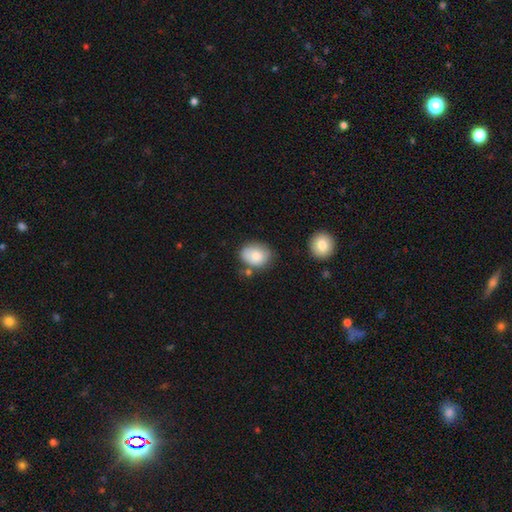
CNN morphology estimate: Smooth or featured? Predicted: smooth (p=0.80). How rounded? Predicted: in between (p=0.52). Merging? Predicted: none (p=0.63).